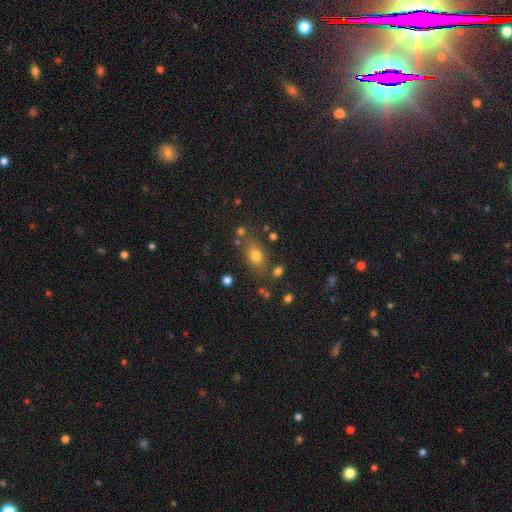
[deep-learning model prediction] A smooth galaxy with no disk features (72%) that is in between round and cigar-shaped (73%).

Vote fractions:
- Smooth or featured? smooth: 72% / star or artifact: 15% / featured or disk: 13%
- How rounded? in between: 73% / round: 23% / cigar-shaped: 3%
- Merging? none: 72% / minor disturbance: 14% / merger: 9% / major disturbance: 5%